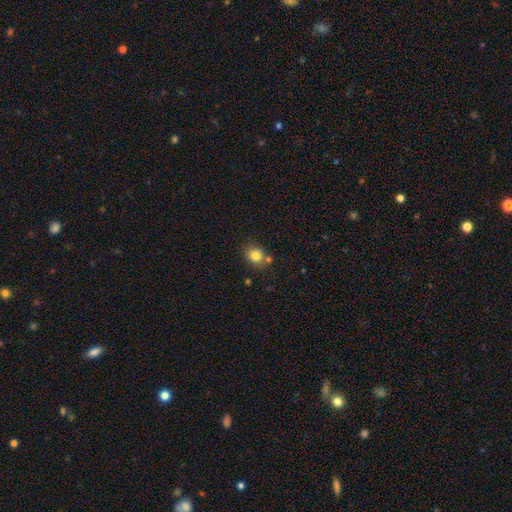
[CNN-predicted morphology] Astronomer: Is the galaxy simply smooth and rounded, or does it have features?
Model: smooth — 82%.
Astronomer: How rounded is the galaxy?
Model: round — 71%.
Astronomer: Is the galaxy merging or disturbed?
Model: none — 74%.